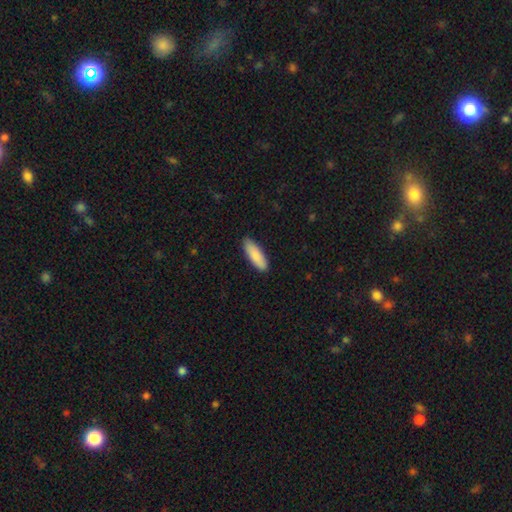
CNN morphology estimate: smooth-or-featured: smooth: 87% | featured or disk: 8% | star or artifact: 5%
  how-rounded: in between: 57% | cigar-shaped: 42% | round: 2%
  merging: none: 88% | minor disturbance: 9% | major disturbance: 2% | merger: 1%